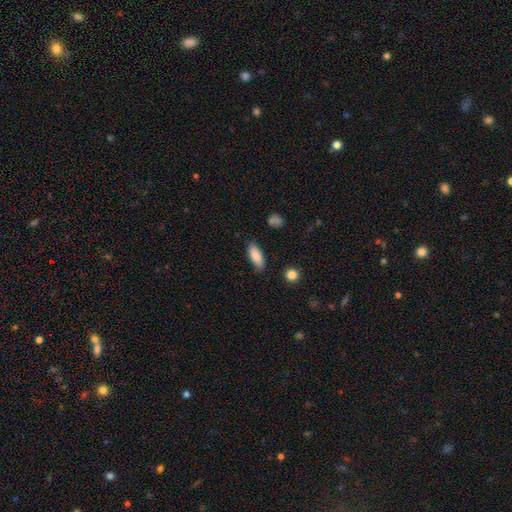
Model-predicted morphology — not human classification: A smooth galaxy with no disk features (86%) that is in between round and cigar-shaped (73%). Merging: none (83%).